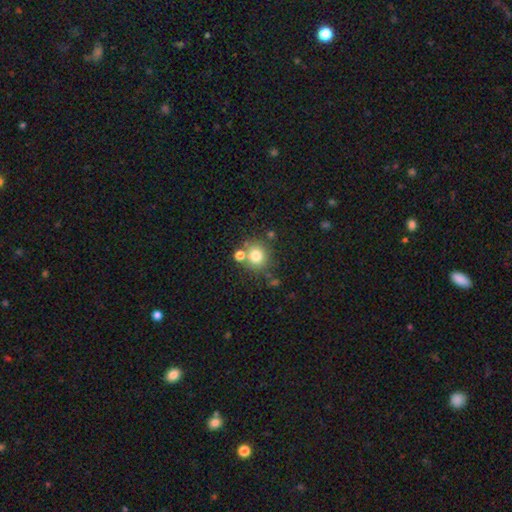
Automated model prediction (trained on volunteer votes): smooth_or_featured: smooth (p=0.76) [alt: star or artifact p=0.13]
how_rounded: round (p=0.87) [alt: in between p=0.12]
merging: none (p=0.69) [alt: merger p=0.17]